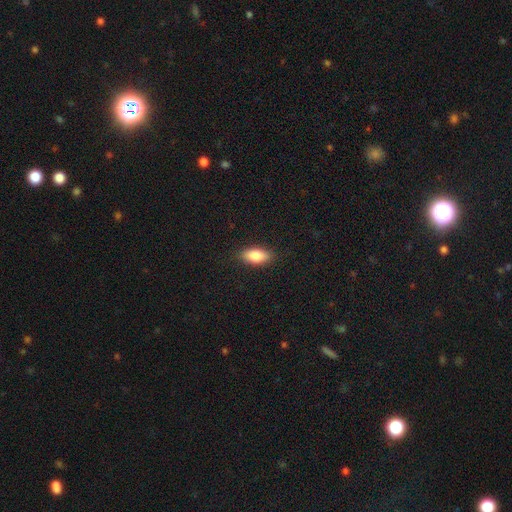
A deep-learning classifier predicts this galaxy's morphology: This is clearly a smooth galaxy (82%). How rounded: clearly in between (86%). Merging: clearly none (88%).